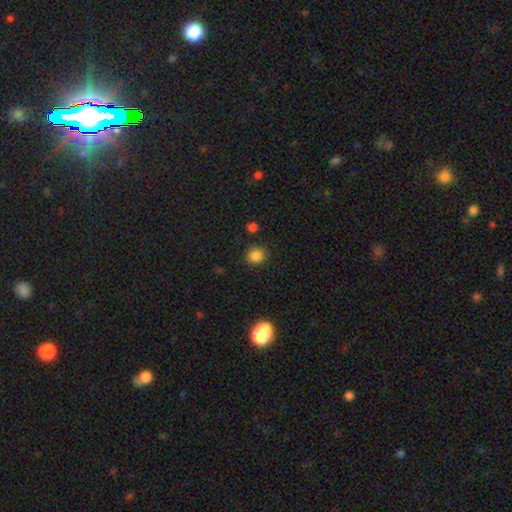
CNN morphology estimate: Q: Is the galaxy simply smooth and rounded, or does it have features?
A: smooth — 84%.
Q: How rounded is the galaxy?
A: round — 83%.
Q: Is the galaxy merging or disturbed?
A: none — 85%.